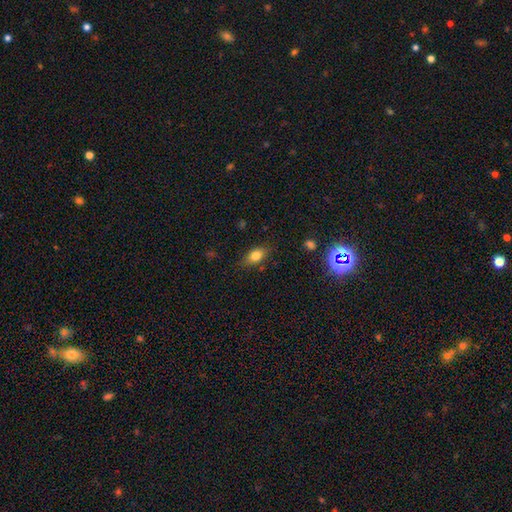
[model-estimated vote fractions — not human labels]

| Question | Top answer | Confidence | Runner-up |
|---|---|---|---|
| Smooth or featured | smooth | 78% | featured or disk (12%) |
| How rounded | in between | 80% | round (13%) |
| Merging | none | 80% | minor disturbance (15%) |